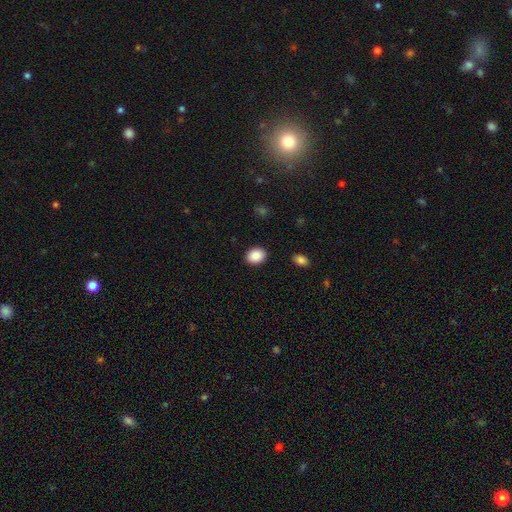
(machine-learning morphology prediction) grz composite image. It shows a smooth galaxy with no disk features (88%) that is in between round and cigar-shaped (60%). Merging: none (90%).